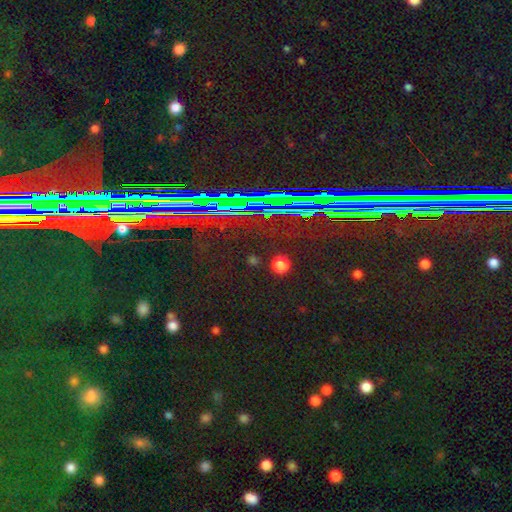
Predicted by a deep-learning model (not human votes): Morphology: type=star or artifact (86%).